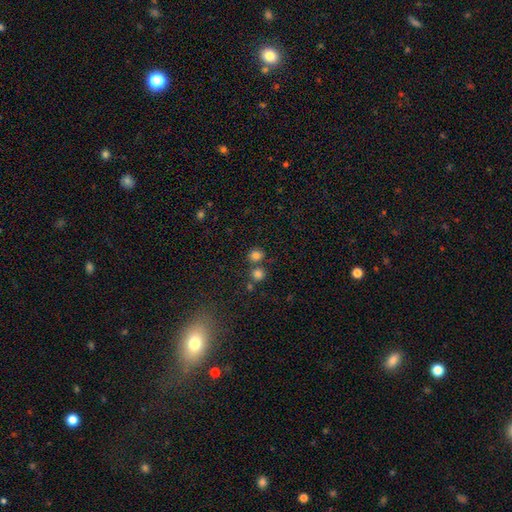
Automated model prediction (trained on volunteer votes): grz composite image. It shows a smooth galaxy with no disk features (80%) that is round (80%). Merging: none (68%).